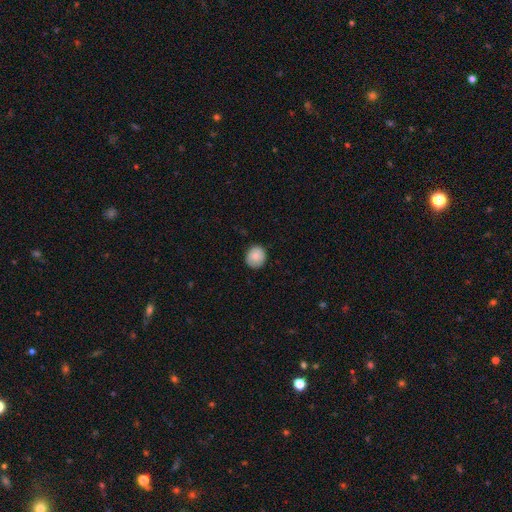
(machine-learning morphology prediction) type=smooth (84%); roundness=round (83%); merging=none (86%).